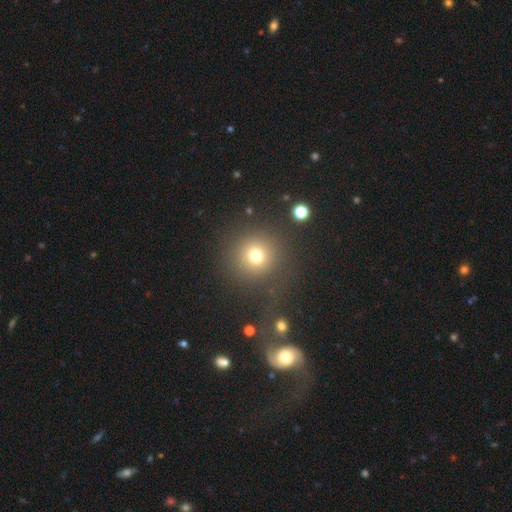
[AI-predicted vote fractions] Smooth or featured? Predicted: smooth (p=0.74). How rounded? Predicted: round (p=0.93). Merging? Predicted: none (p=0.79).